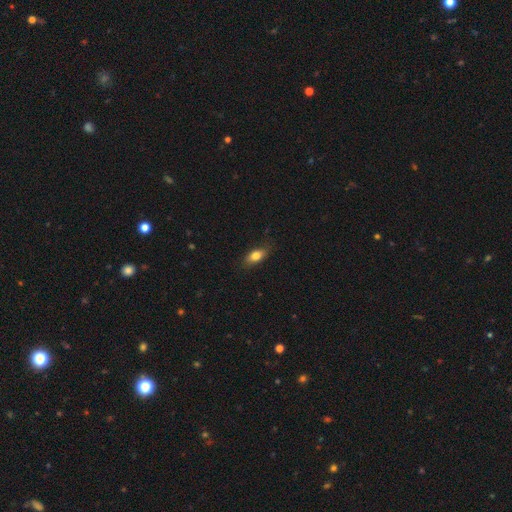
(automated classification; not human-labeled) Smooth or featured? smooth (80%)
How rounded? in between (83%)
Merging? none (81%)